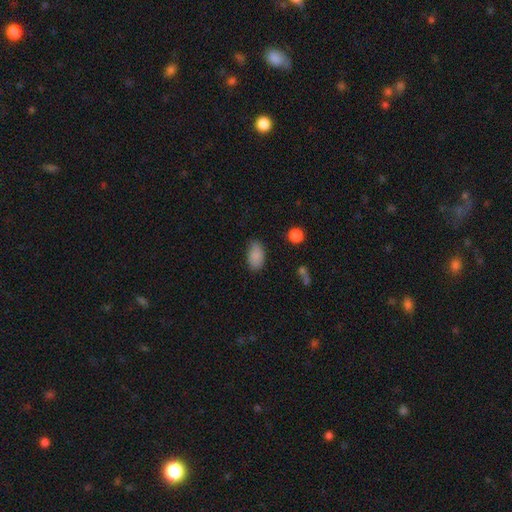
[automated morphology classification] A smooth galaxy with no disk features (86%) that is in between round and cigar-shaped (92%).

Vote fractions:
- Smooth or featured? smooth: 86% / star or artifact: 8% / featured or disk: 5%
- How rounded? in between: 92% / round: 6% / cigar-shaped: 2%
- Merging? none: 78% / minor disturbance: 17% / major disturbance: 4% / merger: 2%